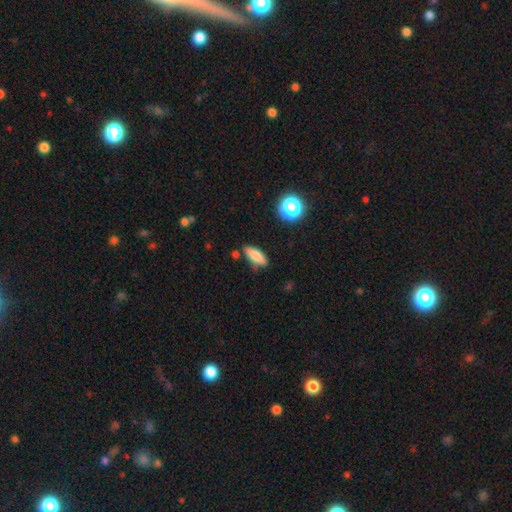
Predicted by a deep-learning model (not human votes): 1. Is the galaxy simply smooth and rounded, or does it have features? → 72% smooth, 19% featured or disk, 9% star or artifact.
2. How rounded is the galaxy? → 58% in between, 38% cigar-shaped, 4% round.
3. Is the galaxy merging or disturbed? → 74% none, 18% minor disturbance, 4% merger, 4% major disturbance.